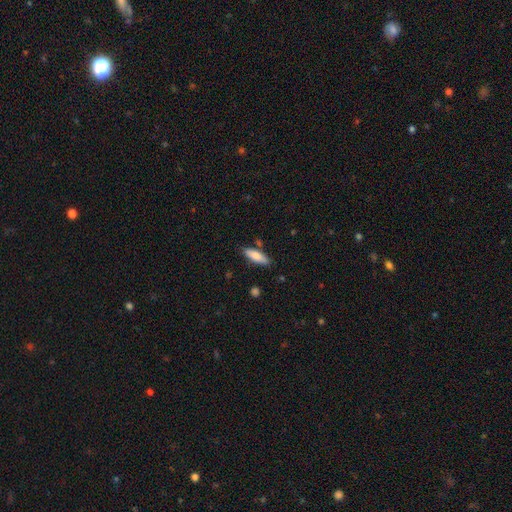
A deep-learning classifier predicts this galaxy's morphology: Q: Smooth or featured?
A: smooth (80%); runner-up: featured or disk (14%)
Q: How rounded?
A: in between (50%); runner-up: cigar-shaped (48%)
Q: Merging?
A: none (81%); runner-up: minor disturbance (13%)